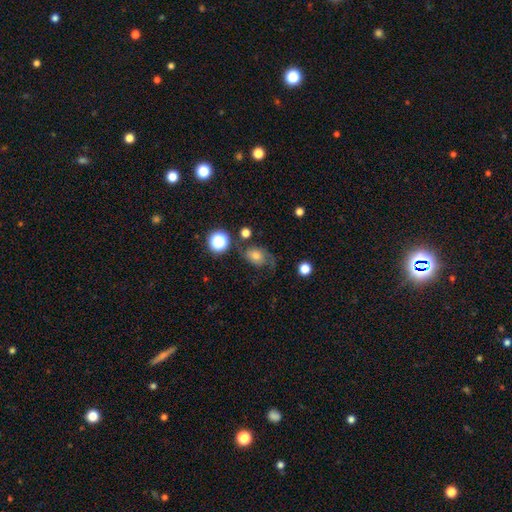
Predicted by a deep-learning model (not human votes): Overall: smooth (50%; featured or disk 35%). Merging: none (46%; minor disturbance 27%).